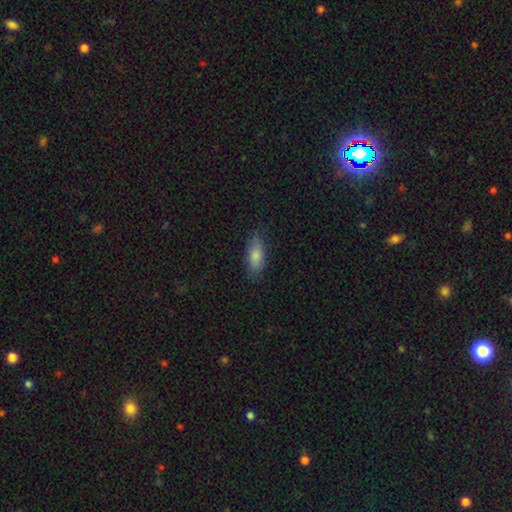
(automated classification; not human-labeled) Smooth or featured? Predicted: smooth (p=0.85). How rounded? Predicted: in between (p=0.81). Merging? Predicted: none (p=0.82).